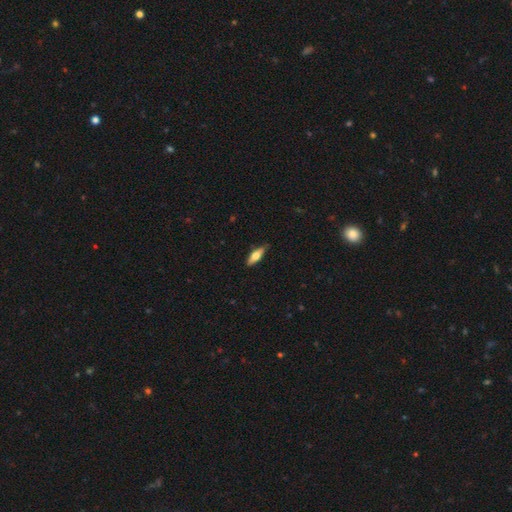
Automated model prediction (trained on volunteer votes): A smooth galaxy with no disk features (56%) that is in between round and cigar-shaped (55%).

Vote fractions:
- Smooth or featured? smooth: 56% / featured or disk: 38% / star or artifact: 6%
- How rounded? in between: 55% / cigar-shaped: 42% / round: 3%
- Merging? none: 84% / minor disturbance: 13% / major disturbance: 2% / merger: 1%